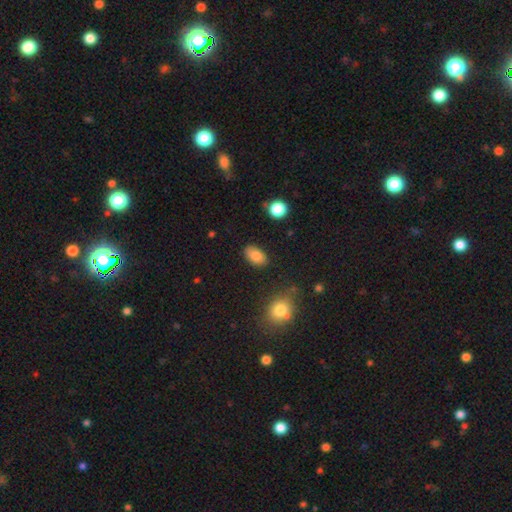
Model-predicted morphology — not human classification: Smooth or featured: smooth — 85% (star or artifact — 9%)
How rounded: in between — 91% (round — 7%)
Merging: none — 83% (minor disturbance — 12%)